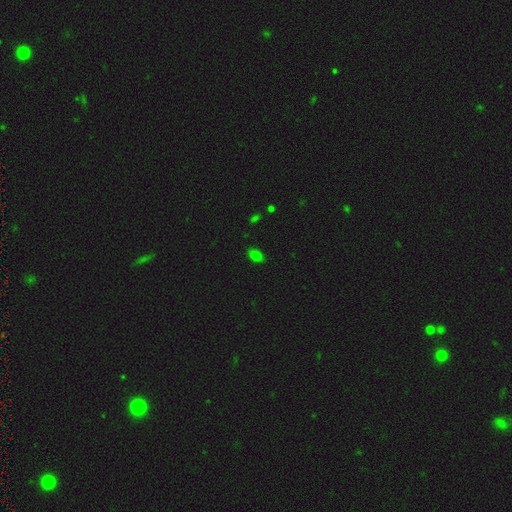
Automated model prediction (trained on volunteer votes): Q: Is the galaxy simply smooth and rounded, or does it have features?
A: smooth — 76%.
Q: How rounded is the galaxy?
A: in between — 80%.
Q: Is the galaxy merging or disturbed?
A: none — 85%.